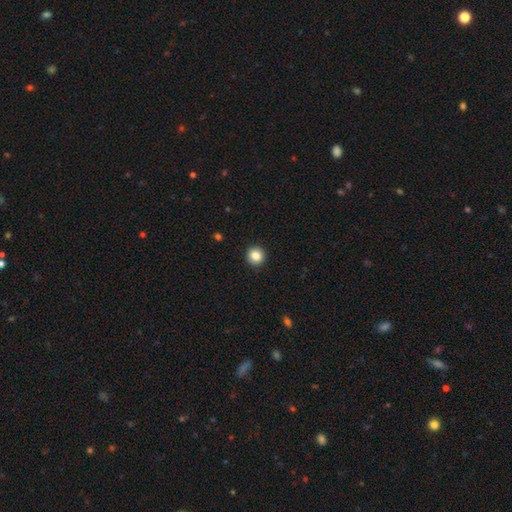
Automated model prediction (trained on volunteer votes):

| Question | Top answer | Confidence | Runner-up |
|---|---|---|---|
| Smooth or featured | smooth | 85% | star or artifact (10%) |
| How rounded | round | 94% | in between (5%) |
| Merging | none | 93% | minor disturbance (5%) |